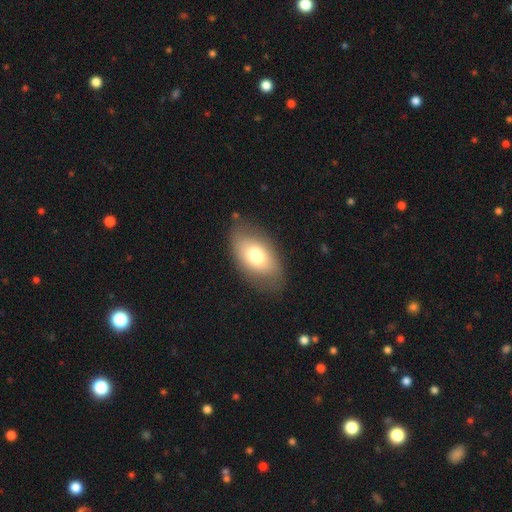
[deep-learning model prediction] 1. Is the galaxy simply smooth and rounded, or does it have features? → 71% smooth, 21% featured or disk, 8% star or artifact.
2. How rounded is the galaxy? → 91% in between, 7% round, 2% cigar-shaped.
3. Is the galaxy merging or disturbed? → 77% none, 16% minor disturbance, 6% major disturbance, 1% merger.